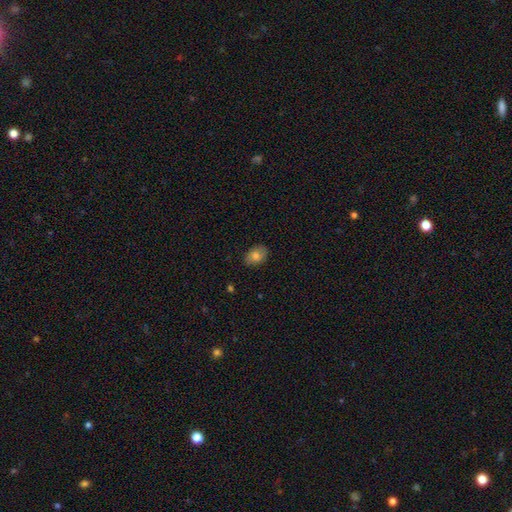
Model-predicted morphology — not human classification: Smooth or featured?
  - smooth: 80% *
  - featured or disk: 11%
  - star or artifact: 8%
How rounded?
  - in between: 83% *
  - round: 16%
  - cigar-shaped: 1%
Merging?
  - none: 85% *
  - minor disturbance: 12%
  - major disturbance: 2%
  - merger: 1%